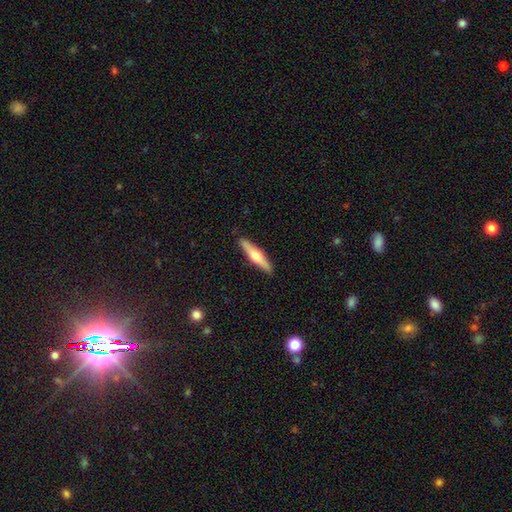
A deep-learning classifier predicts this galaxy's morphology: A featured or disk galaxy (53%) viewed edge-on (95%) with a rounded central bulge (92%).

Vote fractions:
- Smooth or featured? featured or disk: 53% / smooth: 42% / star or artifact: 5%
- Edge-on disk? yes: 95% / no: 5%
- Edge-on bulge? rounded: 92% / boxy: 4% / none: 4%
- Merging? none: 90% / minor disturbance: 7% / major disturbance: 1% / merger: 1%